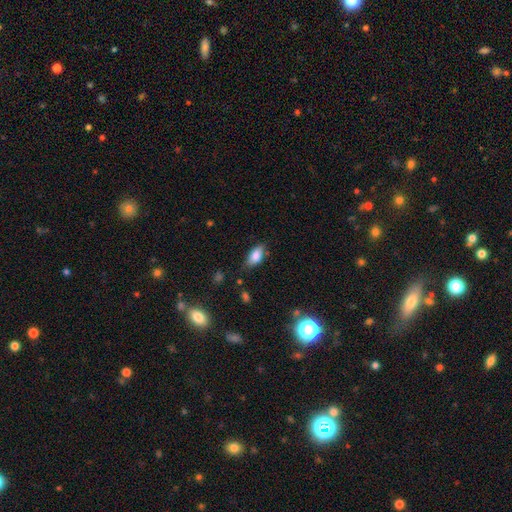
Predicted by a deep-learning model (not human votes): Q: Smooth or featured?
A: smooth (79%); runner-up: featured or disk (13%)
Q: How rounded?
A: in between (87%); runner-up: cigar-shaped (9%)
Q: Merging?
A: none (69%); runner-up: minor disturbance (24%)